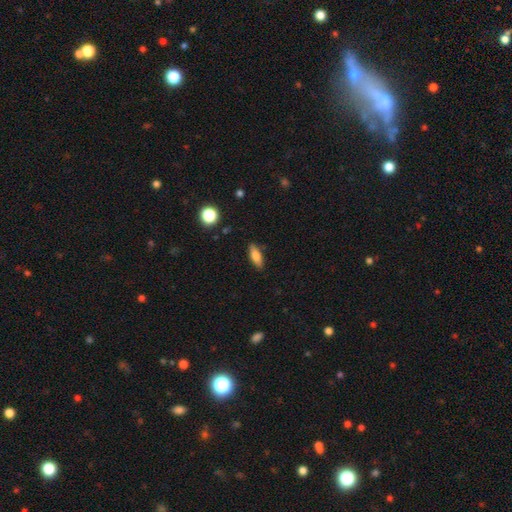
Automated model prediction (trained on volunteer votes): This is likely a smooth galaxy (77%). How rounded: likely in between (64%). Merging: clearly none (86%).